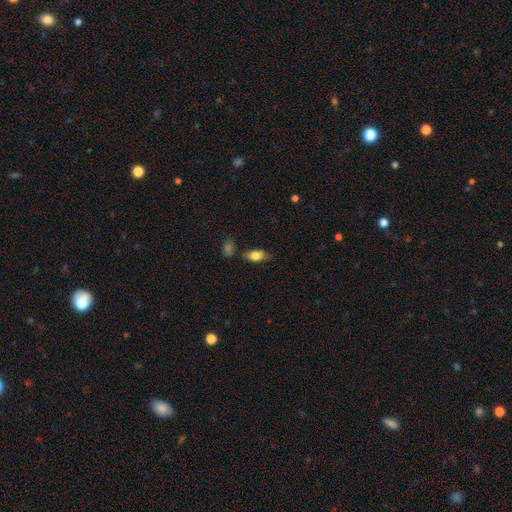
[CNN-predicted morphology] The model was most divided on "merging": none: 67%, minor disturbance: 21%, merger: 7%, major disturbance: 5%. More confident: how rounded — in between (85%); smooth or featured — smooth (76%).